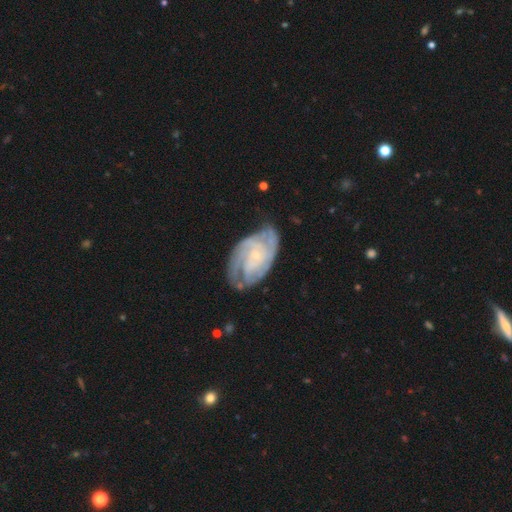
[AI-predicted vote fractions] The model was most divided on "spiral arm count": 2: 31%, 3: 25%, can't tell: 22%, 4: 11%, 1: 5%, more than 4: 5%. More confident: edge-on disk — no (97%); spiral arms — yes (97%); smooth or featured — featured or disk (87%); bulge size — small (81%); bar — no (71%); spiral winding — tight (65%); merging — none (65%).